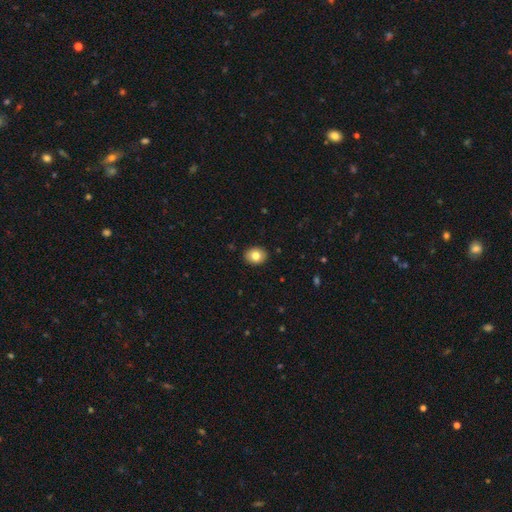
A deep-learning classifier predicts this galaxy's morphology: This is clearly a smooth galaxy (81%). How rounded: possibly in between (52%). Merging: clearly none (91%).